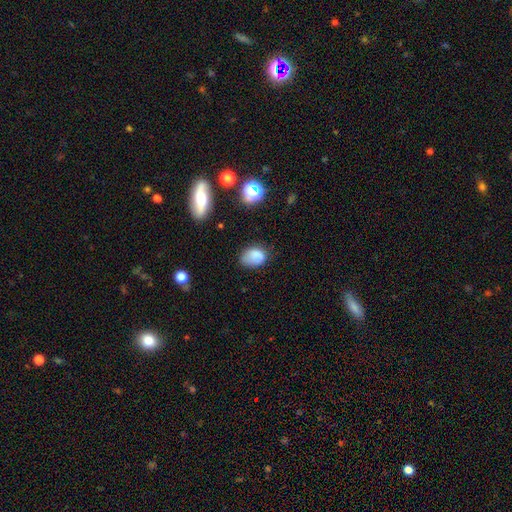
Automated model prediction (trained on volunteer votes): A smooth galaxy with no disk features (80%) that is in between round and cigar-shaped (76%).

Vote fractions:
- Smooth or featured? smooth: 80% / star or artifact: 11% / featured or disk: 9%
- How rounded? in between: 76% / round: 22% / cigar-shaped: 1%
- Merging? none: 57% / minor disturbance: 30% / major disturbance: 10% / merger: 3%